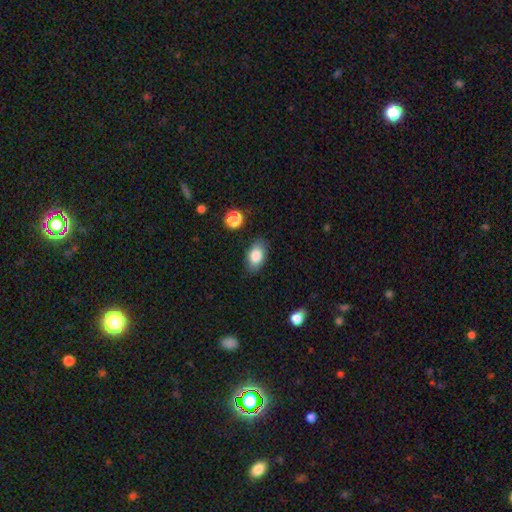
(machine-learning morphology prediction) Smooth or featured?
  - smooth: 84% *
  - featured or disk: 8%
  - star or artifact: 8%
How rounded?
  - in between: 90% *
  - round: 9%
  - cigar-shaped: 2%
Merging?
  - none: 84% *
  - minor disturbance: 12%
  - major disturbance: 3%
  - merger: 2%